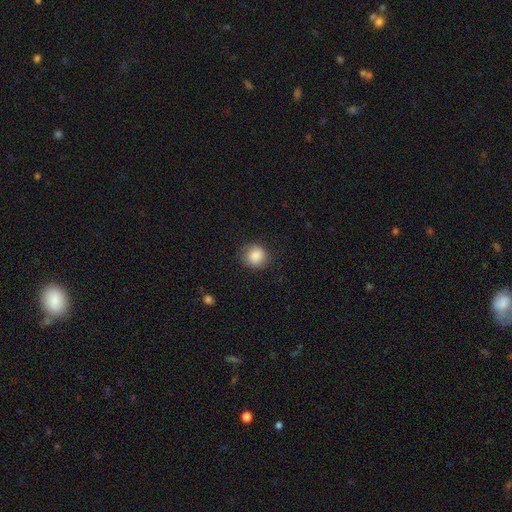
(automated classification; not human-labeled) smooth-or-featured: smooth: 85% | star or artifact: 8% | featured or disk: 7%
  how-rounded: round: 86% | in between: 13% | cigar-shaped: 1%
  merging: none: 80% | minor disturbance: 15% | major disturbance: 4% | merger: 1%